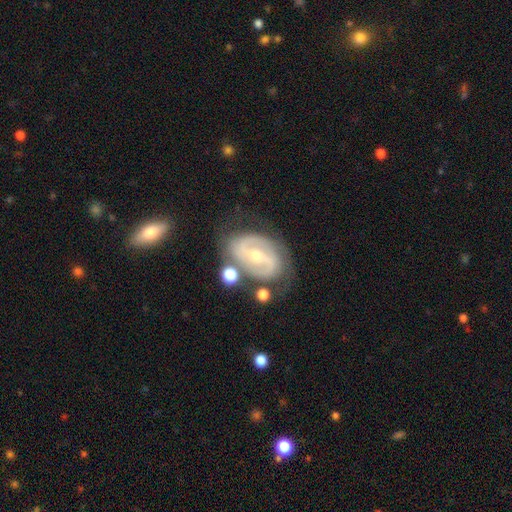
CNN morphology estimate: A featured or disk galaxy (84%) with a strong bar (40%), 2 (80%) medium (43%) spiral arms (91%) and a small central bulge (49%).

Vote fractions:
- Smooth or featured? featured or disk: 84% / smooth: 10% / star or artifact: 6%
- Edge-on disk? no: 96% / yes: 4%
- Bar? strong: 40% / weak: 39% / no: 21%
- Spiral arms? yes: 91% / no: 9%
- Spiral winding? medium: 43% / tight: 42% / loose: 15%
- Spiral arm count? 2: 80% / can't tell: 11% / 3: 4% / 1: 2% / 4: 1% / more than 4: 1%
- Bulge size? small: 49% / moderate: 48% / large: 1% / none: 1% / dominant: 1%
- Merging? none: 68% / minor disturbance: 18% / major disturbance: 8% / merger: 6%